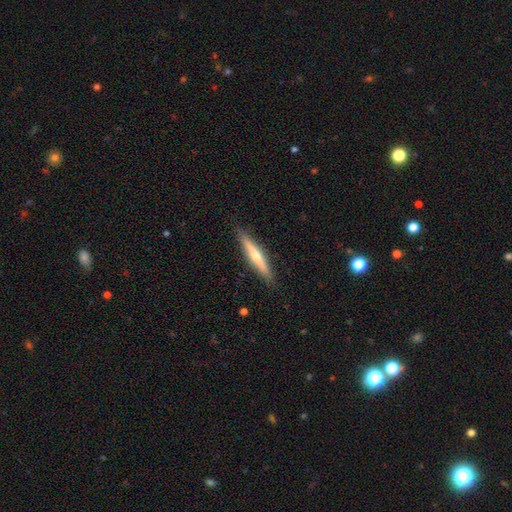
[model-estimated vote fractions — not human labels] featured or disk 52%, smooth 42%, star or artifact 5%. Down the decision tree: edge-on disk — yes (96%); edge-on bulge — rounded (71%); merging — none (89%).